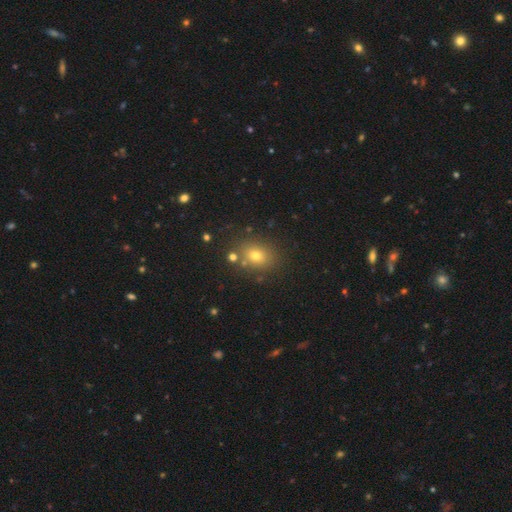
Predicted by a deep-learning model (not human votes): This is likely a smooth galaxy (70%). How rounded: possibly round (51%). Merging: likely none (80%).